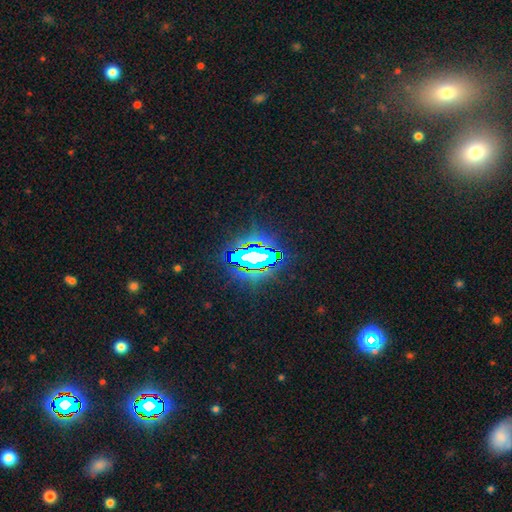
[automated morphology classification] Smooth or featured? star or artifact (76%)